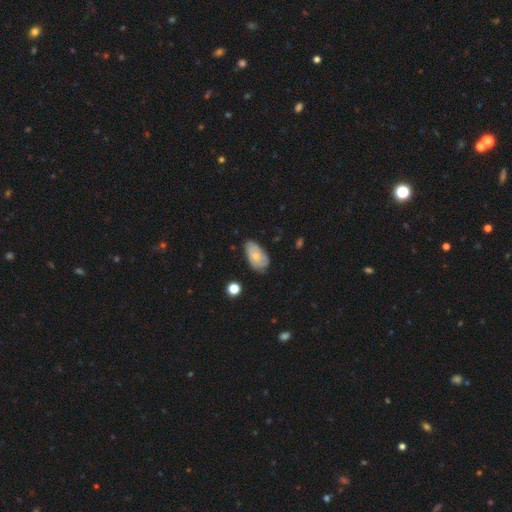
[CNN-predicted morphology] The model was most divided on "smooth or featured": smooth: 49%, featured or disk: 44%, star or artifact: 7%. More confident: merging — none (66%).